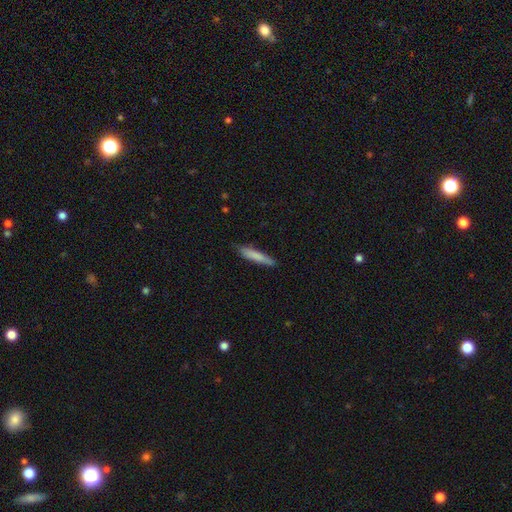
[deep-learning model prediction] A smooth galaxy with no disk features (79%) that is cigar-shaped (90%). Merging: none (82%).